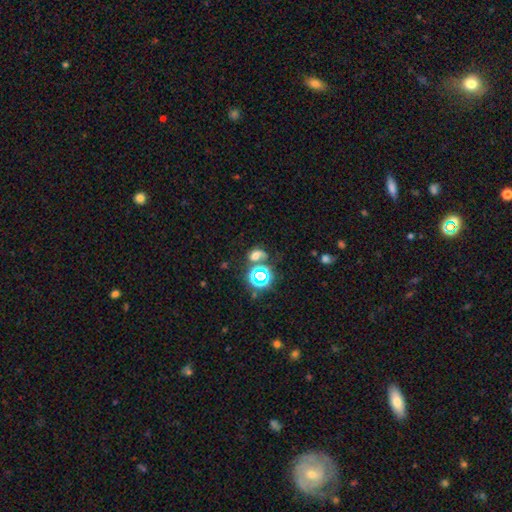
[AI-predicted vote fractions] Q: Smooth or featured?
A: smooth (46%); runner-up: star or artifact (37%)
Q: Merging?
A: none (44%); runner-up: merger (28%)